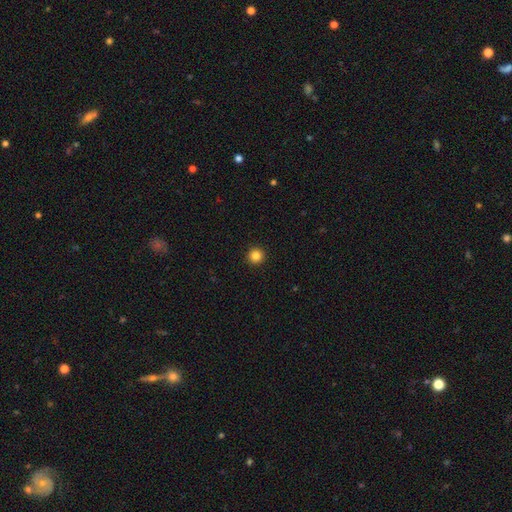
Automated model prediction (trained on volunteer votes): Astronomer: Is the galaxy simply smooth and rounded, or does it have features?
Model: smooth — 84%.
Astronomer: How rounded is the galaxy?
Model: round — 96%.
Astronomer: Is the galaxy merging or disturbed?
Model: none — 94%.